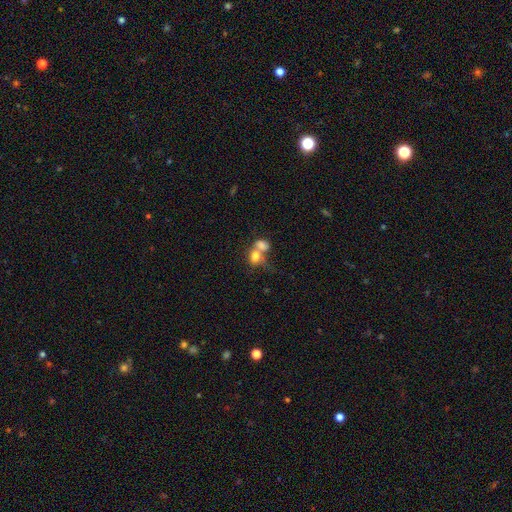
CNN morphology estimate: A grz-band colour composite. It shows a smooth galaxy with no disk features (75%) that is in between round and cigar-shaped (55%). Merging: merger (70%).